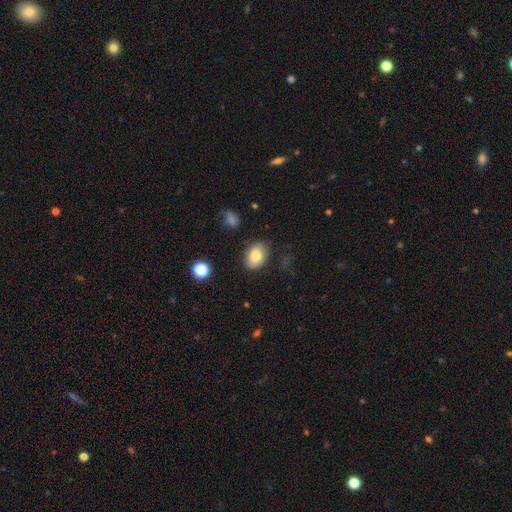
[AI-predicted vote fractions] The model was most divided on "how rounded": in between: 78%, round: 21%, cigar-shaped: 1%. More confident: merging — none (81%); smooth or featured — smooth (80%).